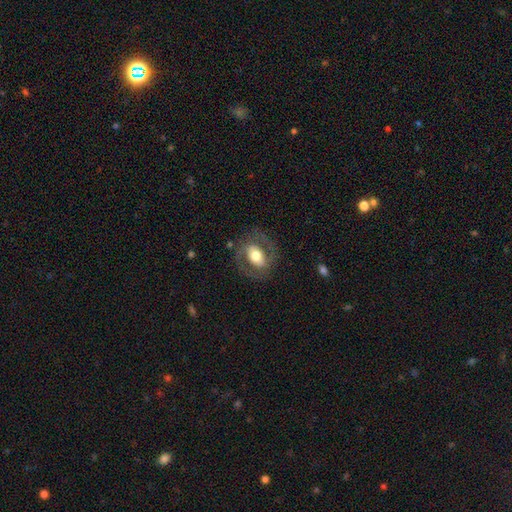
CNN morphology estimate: This is likely a featured or disk galaxy (63%). It is clearly not viewed edge-on (95%). Bar: marginally no (39%). Spiral arm pattern: likely yes (69%). Central bulge: possibly moderate (54%). Merging: likely none (76%).